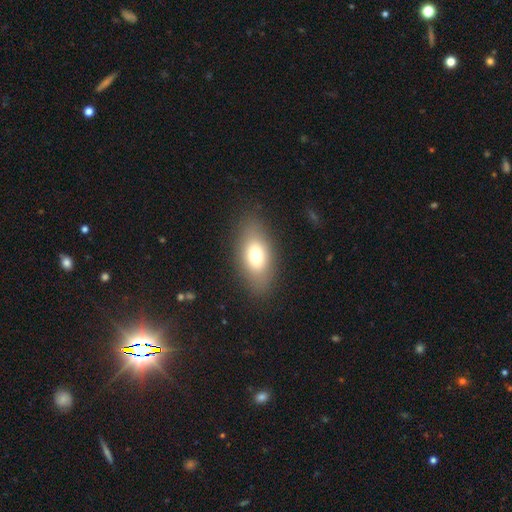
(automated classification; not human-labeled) Smooth or featured? smooth (71%)
How rounded? in between (86%)
Merging? none (84%)